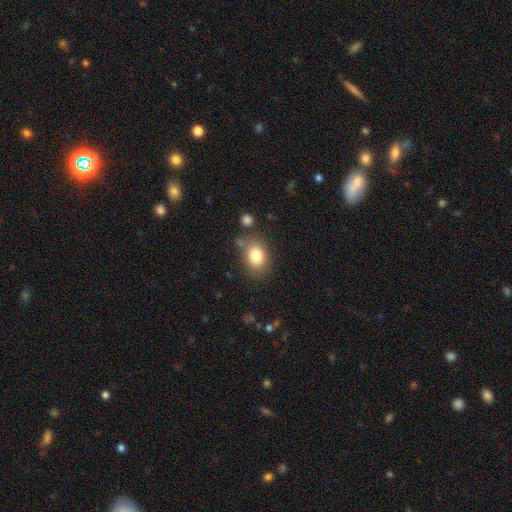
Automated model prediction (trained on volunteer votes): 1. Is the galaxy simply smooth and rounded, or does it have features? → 82% smooth, 9% star or artifact, 9% featured or disk.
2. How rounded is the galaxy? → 68% in between, 31% round, 1% cigar-shaped.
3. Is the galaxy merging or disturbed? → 71% none, 17% minor disturbance, 7% merger, 6% major disturbance.